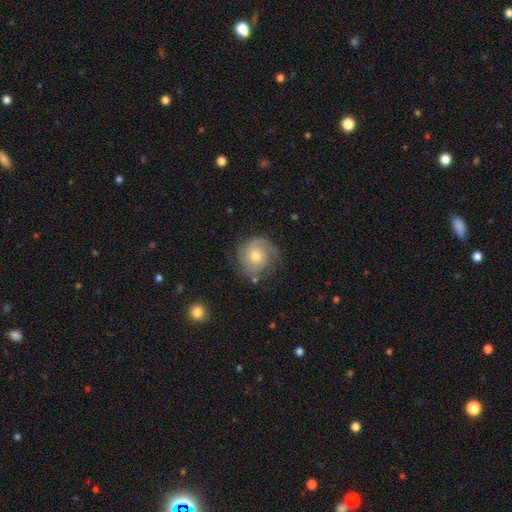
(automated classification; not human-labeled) Overall: featured or disk (63%; smooth 28%). Edge-on disk: no (97%). Bar: no (75%). Spiral arms: yes (89%). Spiral arm count: 2 (44%; can't tell 24%). Spiral winding: tight (53%; medium 33%). Bulge size: moderate (68%). Merging: none (70%).